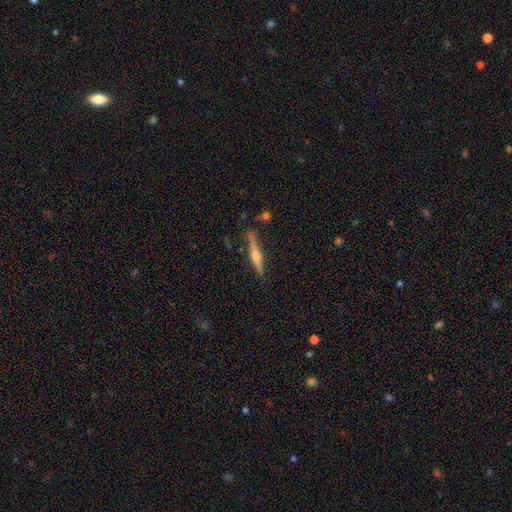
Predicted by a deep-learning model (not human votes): smooth-or-featured: featured or disk: 74% | smooth: 20% | star or artifact: 6%
  disk-edge-on: yes: 98% | no: 2%
    edge-on-bulge: rounded: 88% | none: 7% | boxy: 5%
  merging: none: 85% | minor disturbance: 11% | merger: 3% | major disturbance: 2%